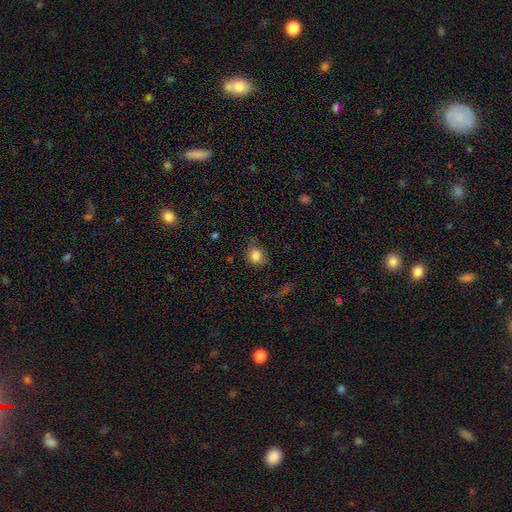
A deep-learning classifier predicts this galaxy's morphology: This appears to be a smooth galaxy with no disk features (83%) that is round (64%). Merging: none (63%).